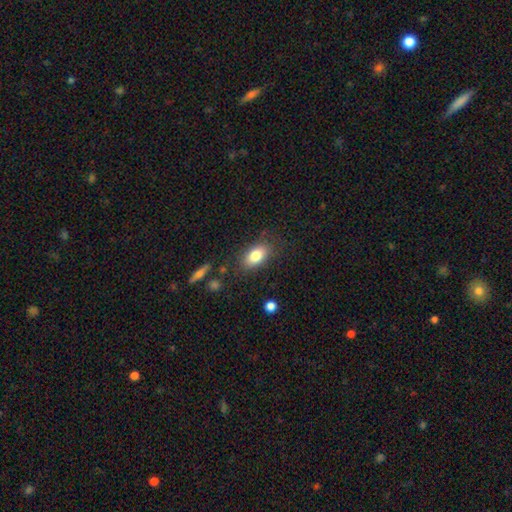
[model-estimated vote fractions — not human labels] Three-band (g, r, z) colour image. It shows a smooth galaxy with no disk features (80%) that is in between round and cigar-shaped (87%). Merging: none (78%).